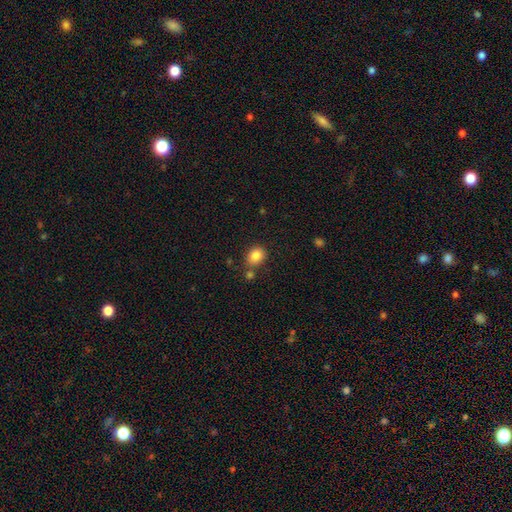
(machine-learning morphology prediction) Q: Smooth or featured?
A: smooth (85%); runner-up: star or artifact (10%)
Q: How rounded?
A: round (57%); runner-up: in between (42%)
Q: Merging?
A: none (74%); runner-up: minor disturbance (12%)